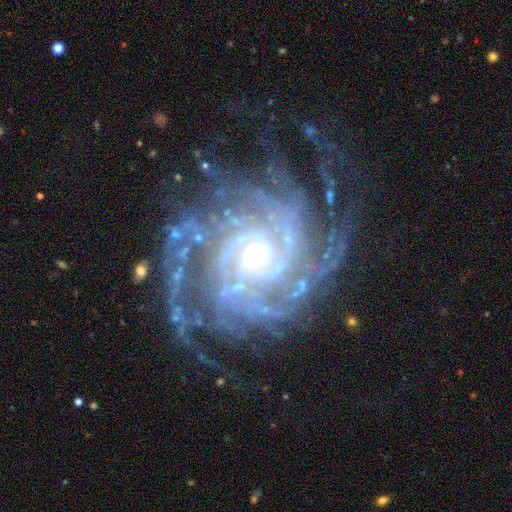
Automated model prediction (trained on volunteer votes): This is clearly a featured or disk galaxy (92%). It is clearly not viewed edge-on (98%). Bar: possibly no (57%). Spiral arm pattern: clearly yes (99%). Spiral arm count: marginally more than 4 (23%). Spiral winding: likely tight (76%). Central bulge: likely small (64%). Merging: likely none (71%).